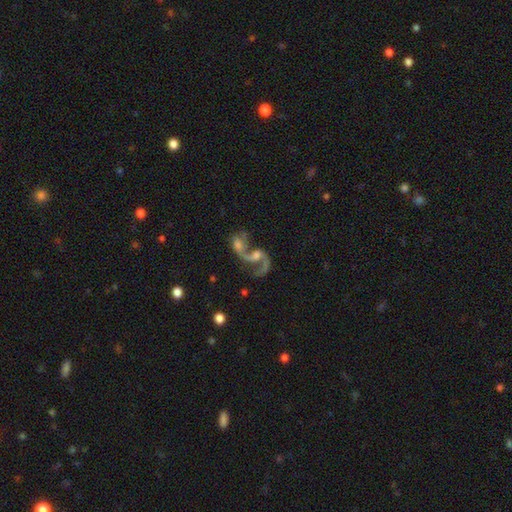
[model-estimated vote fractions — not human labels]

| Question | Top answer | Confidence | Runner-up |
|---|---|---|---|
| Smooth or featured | featured or disk | 79% | star or artifact (10%) |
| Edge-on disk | no | 97% | yes (3%) |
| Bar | no | 56% | weak (34%) |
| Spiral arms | yes | 87% | no (13%) |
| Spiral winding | loose | 58% | medium (32%) |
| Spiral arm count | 2 | 71% | 1 (20%) |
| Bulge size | small | 40% | tied: moderate (40%) |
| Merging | merger | 47% | none (29%) |